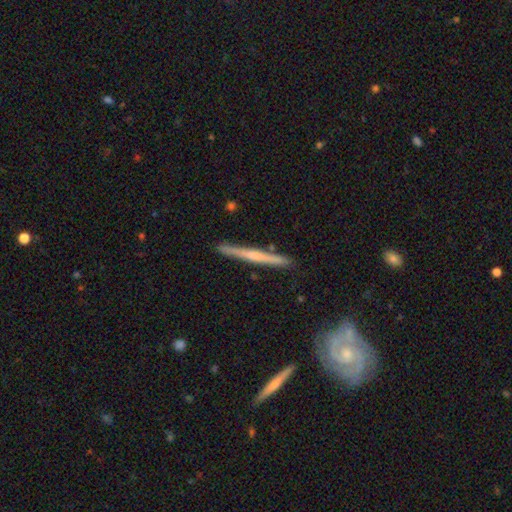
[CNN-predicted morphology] A featured or disk galaxy (60%) viewed edge-on (97%) with no central bulge (50%).

Vote fractions:
- Smooth or featured? featured or disk: 60% / smooth: 34% / star or artifact: 5%
- Edge-on disk? yes: 97% / no: 3%
- Edge-on bulge? none: 50% / rounded: 40% / boxy: 10%
- Merging? none: 90% / minor disturbance: 7% / merger: 2% / major disturbance: 1%